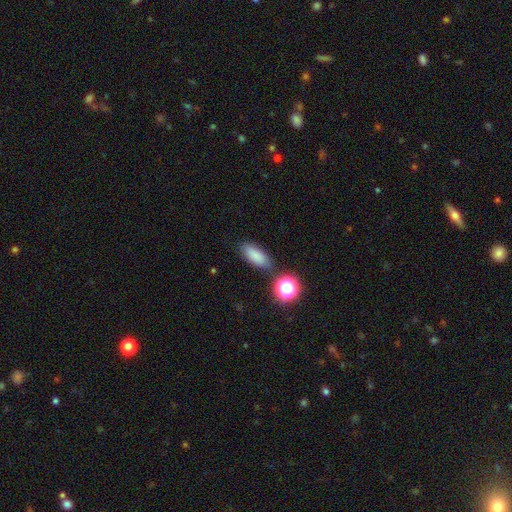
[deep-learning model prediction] Q: Smooth or featured?
A: smooth (81%); runner-up: star or artifact (12%)
Q: How rounded?
A: in between (78%); runner-up: cigar-shaped (16%)
Q: Merging?
A: none (79%); runner-up: minor disturbance (12%)